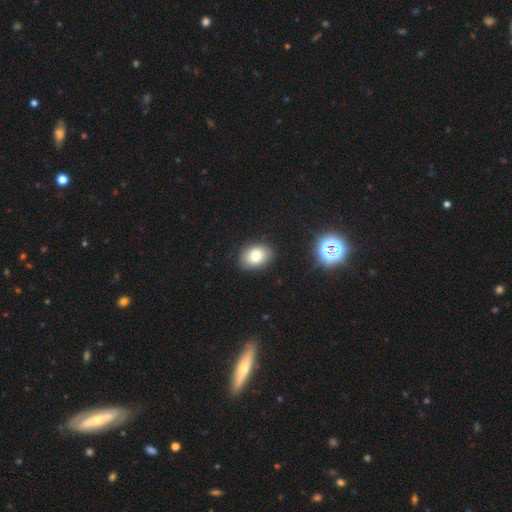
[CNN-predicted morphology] This is likely a smooth galaxy (77%). How rounded: likely in between (72%). Merging: clearly none (84%).